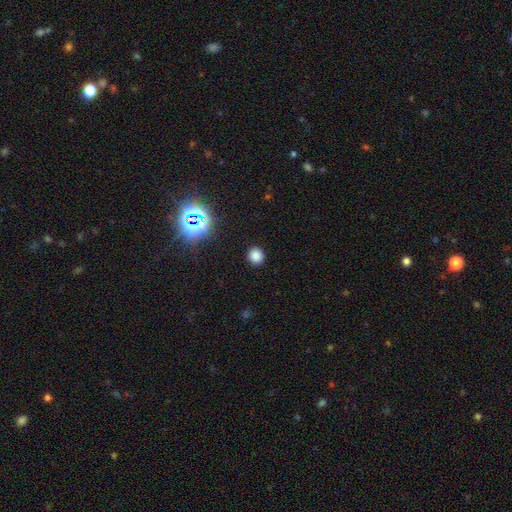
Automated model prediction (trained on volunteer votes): Overall: smooth (79%). How rounded: round (87%). Merging: none (91%).